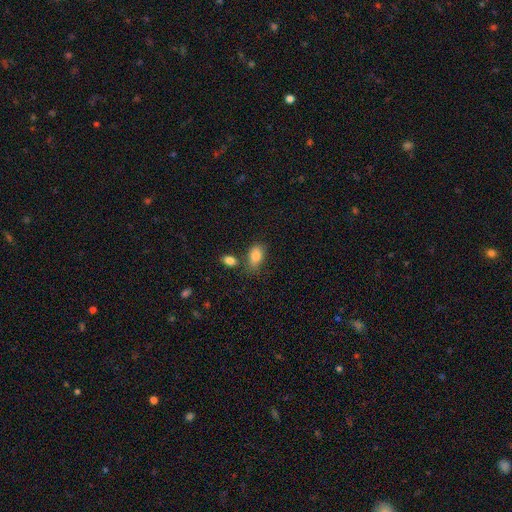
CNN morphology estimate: This is clearly a smooth galaxy (85%). How rounded: clearly in between (89%). Merging: likely none (60%).